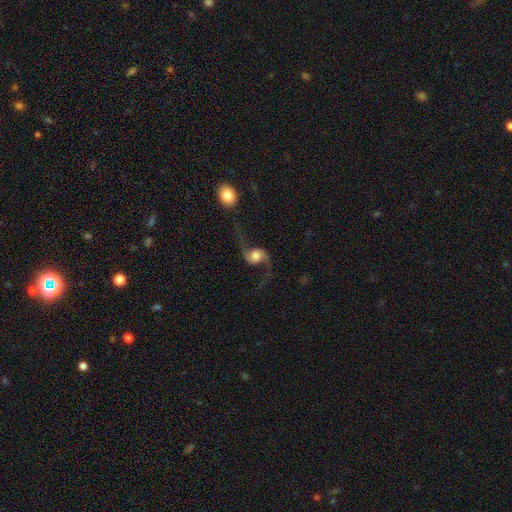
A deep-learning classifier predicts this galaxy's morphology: This appears to be a featured or disk galaxy (87%) with no bar (62%), 2 (94%) loose (90%) spiral arms (97%) and a moderate central bulge (38%, tied with large). Merging: none (66%).